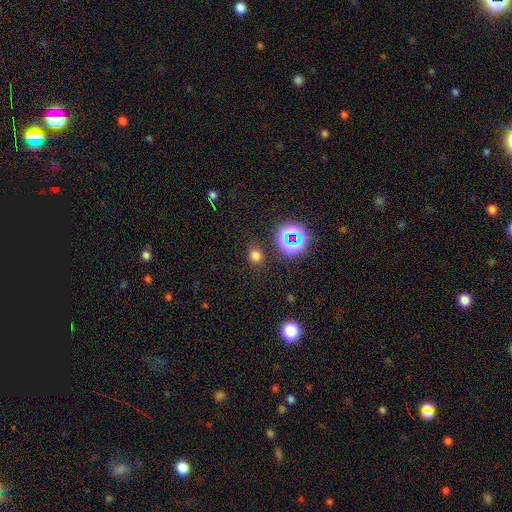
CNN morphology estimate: type=smooth (69%); roundness=round (66%); merging=none (85%).